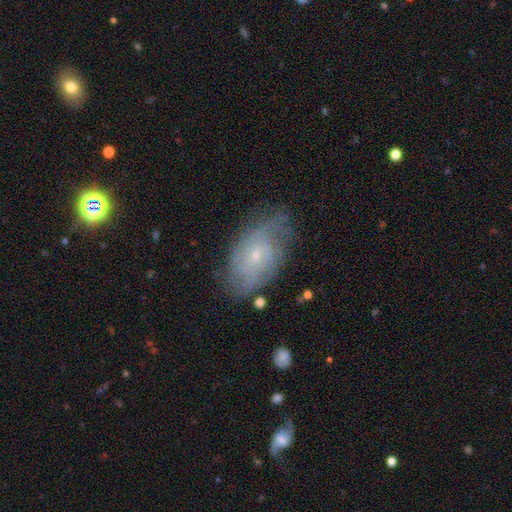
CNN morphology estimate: This appears to be a featured or disk galaxy (69%) with no bar (72%), tight (59%) spiral arms (87%) and a small central bulge (78%). Merging: none (67%).